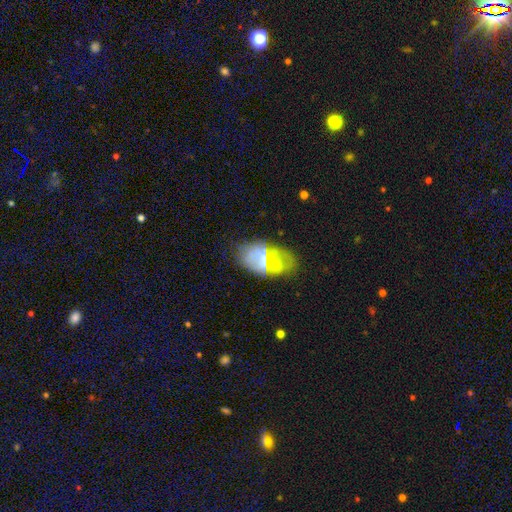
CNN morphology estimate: Overall: smooth (45%; featured or disk 38%). Merging: none (63%).